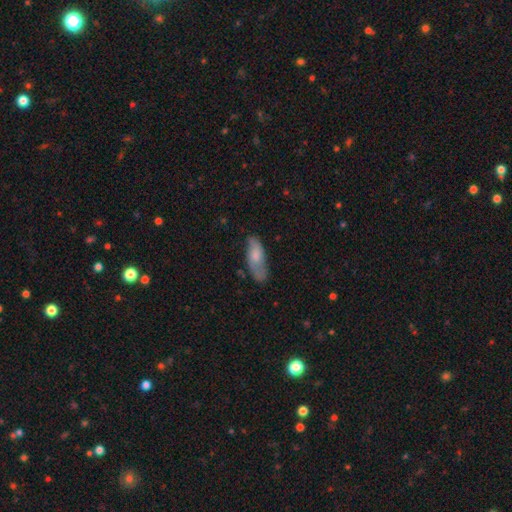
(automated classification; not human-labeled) Smooth or featured: smooth — 65% (featured or disk — 28%)
How rounded: in between — 69% (cigar-shaped — 29%)
Merging: none — 66% (minor disturbance — 25%)